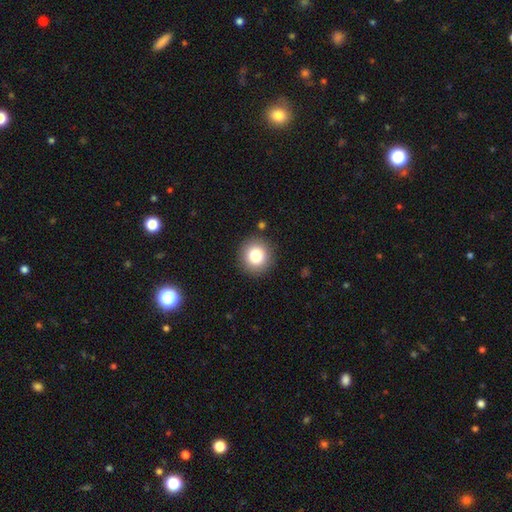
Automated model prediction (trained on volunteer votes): smooth 82%, star or artifact 10%, featured or disk 8%. Down the decision tree: how rounded — round (91%); merging — none (90%).